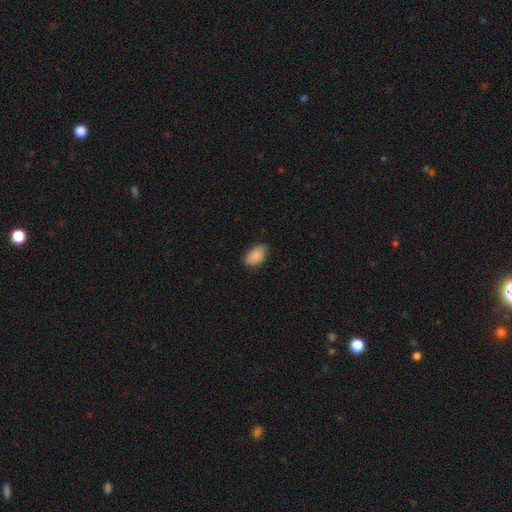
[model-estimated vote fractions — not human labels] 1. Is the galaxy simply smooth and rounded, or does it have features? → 88% smooth, 7% star or artifact, 5% featured or disk.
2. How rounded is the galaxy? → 92% in between, 6% round, 2% cigar-shaped.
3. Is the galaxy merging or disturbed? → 81% none, 15% minor disturbance, 3% major disturbance, 1% merger.